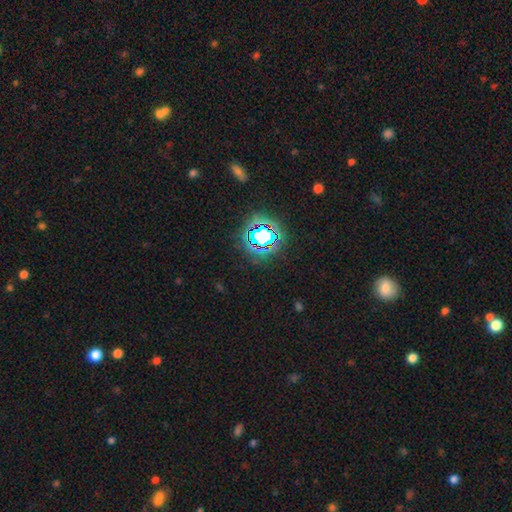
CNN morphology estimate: star or artifact 79%, smooth 14%, featured or disk 7%.